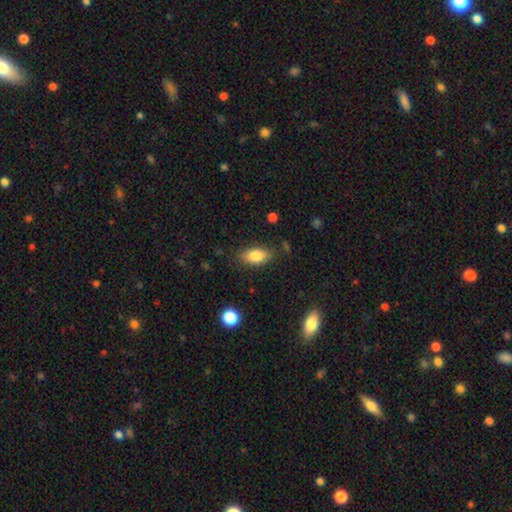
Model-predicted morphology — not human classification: This appears to be a smooth galaxy with no disk features (84%) that is in between round and cigar-shaped (90%). Merging: none (82%).